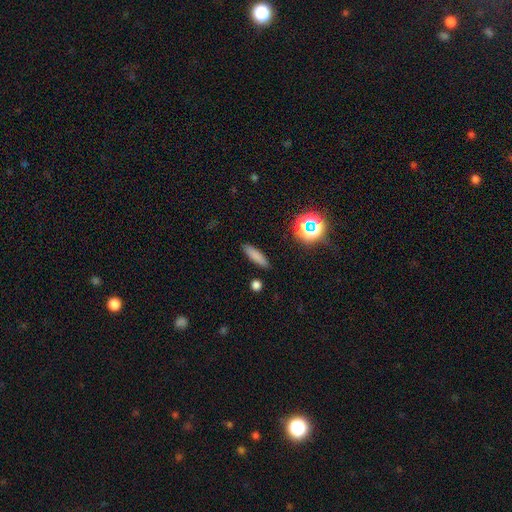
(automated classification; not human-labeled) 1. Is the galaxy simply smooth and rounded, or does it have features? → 79% smooth, 12% star or artifact, 9% featured or disk.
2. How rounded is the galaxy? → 69% cigar-shaped, 28% in between, 3% round.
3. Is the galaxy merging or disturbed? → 88% none, 8% minor disturbance, 2% major disturbance, 2% merger.